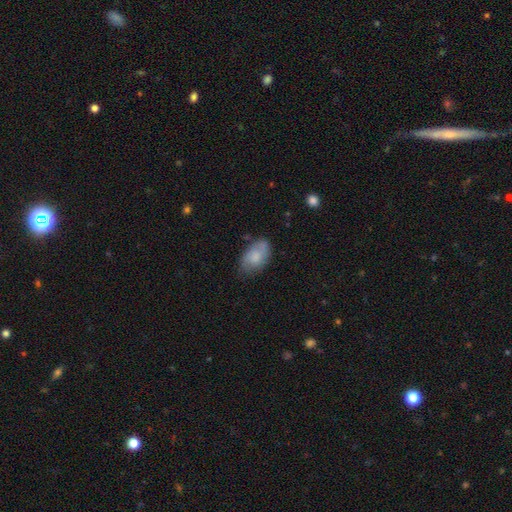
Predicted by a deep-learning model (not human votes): A smooth galaxy with no disk features (74%) that is in between round and cigar-shaped (93%).

Vote fractions:
- Smooth or featured? smooth: 74% / featured or disk: 19% / star or artifact: 7%
- How rounded? in between: 93% / round: 6% / cigar-shaped: 2%
- Merging? none: 65% / minor disturbance: 26% / major disturbance: 6% / merger: 3%